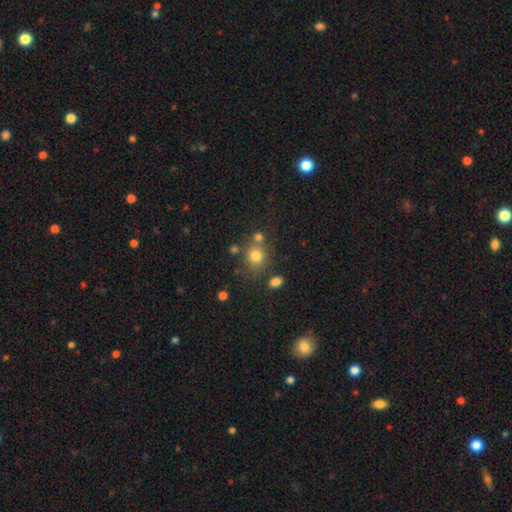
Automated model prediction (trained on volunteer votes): A smooth galaxy with no disk features (77%) that is round (76%).

Vote fractions:
- Smooth or featured? smooth: 77% / star or artifact: 14% / featured or disk: 9%
- How rounded? round: 76% / in between: 23% / cigar-shaped: 1%
- Merging? none: 66% / merger: 17% / minor disturbance: 12% / major disturbance: 5%